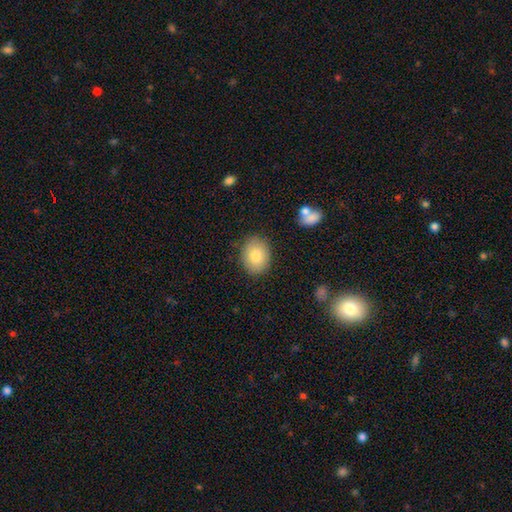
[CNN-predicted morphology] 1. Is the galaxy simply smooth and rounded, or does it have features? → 82% smooth, 10% featured or disk, 8% star or artifact.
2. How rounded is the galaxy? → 55% in between, 44% round, 1% cigar-shaped.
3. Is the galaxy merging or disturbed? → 86% none, 10% minor disturbance, 2% major disturbance, 1% merger.